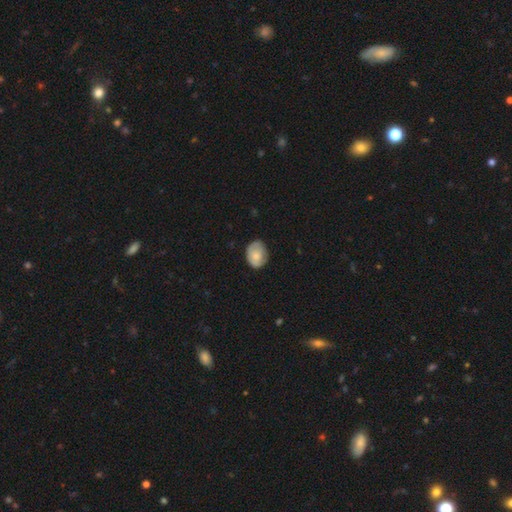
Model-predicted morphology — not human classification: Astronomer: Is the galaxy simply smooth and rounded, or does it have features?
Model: smooth — 71%.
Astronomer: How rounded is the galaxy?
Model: in between — 63%.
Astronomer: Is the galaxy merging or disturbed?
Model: none — 64%.